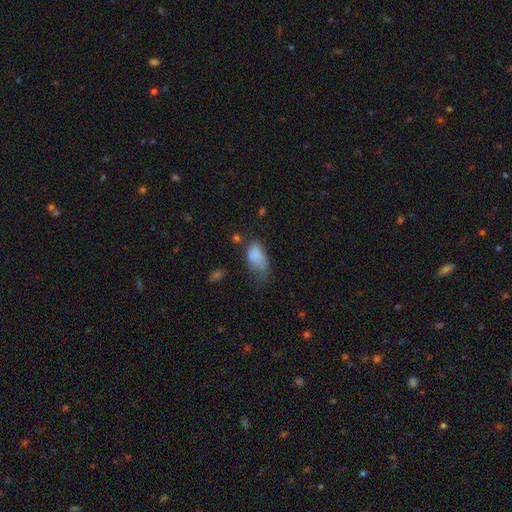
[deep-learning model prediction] smooth 79%, featured or disk 11%, star or artifact 10%. Down the decision tree: how rounded — in between (91%); merging — minor disturbance (37%).